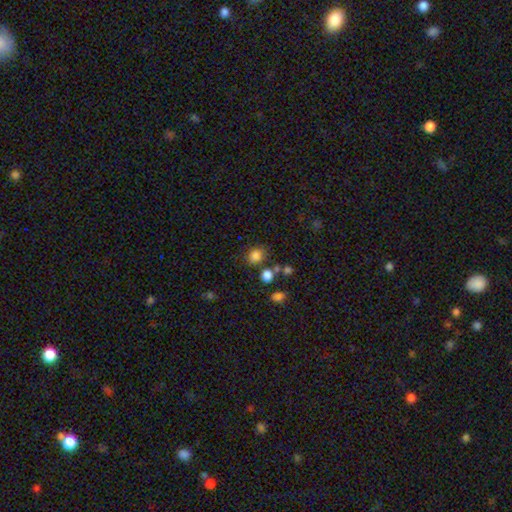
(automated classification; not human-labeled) Smooth or featured?
  - smooth: 81% *
  - star or artifact: 13%
  - featured or disk: 6%
How rounded?
  - round: 68% *
  - in between: 32%
  - cigar-shaped: 1%
Merging?
  - none: 69% *
  - minor disturbance: 14%
  - merger: 11%
  - major disturbance: 5%